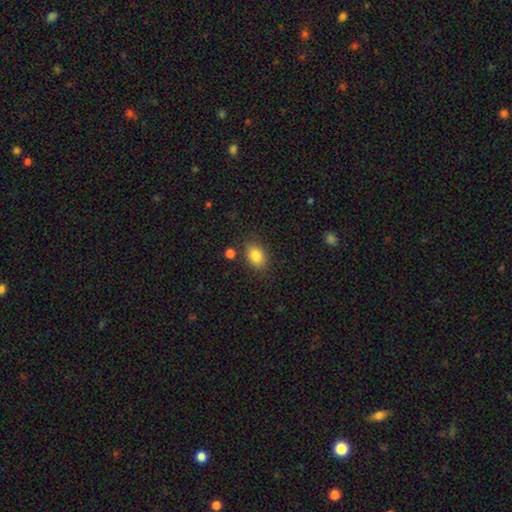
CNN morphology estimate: This appears to be a smooth galaxy with no disk features (84%) that is in between round and cigar-shaped (72%). Merging: none (79%).